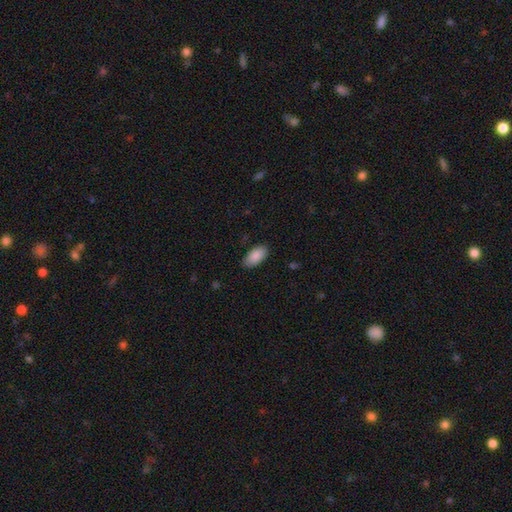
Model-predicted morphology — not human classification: Smooth or featured? Predicted: smooth (p=0.89). How rounded? Predicted: in between (p=0.95). Merging? Predicted: none (p=0.84).